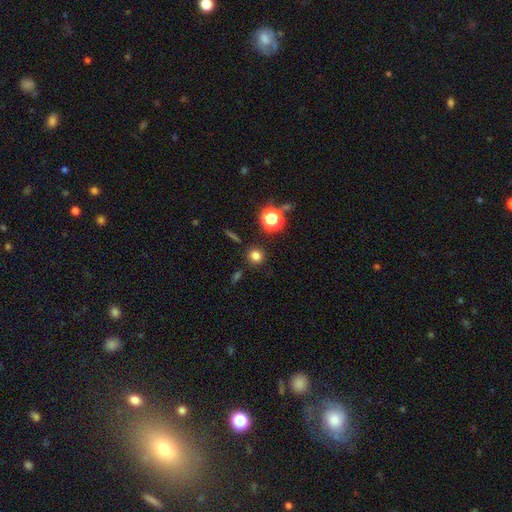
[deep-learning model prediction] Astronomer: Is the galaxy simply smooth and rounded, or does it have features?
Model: smooth — 77%.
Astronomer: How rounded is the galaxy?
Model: round — 87%.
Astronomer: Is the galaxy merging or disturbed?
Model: none — 86%.